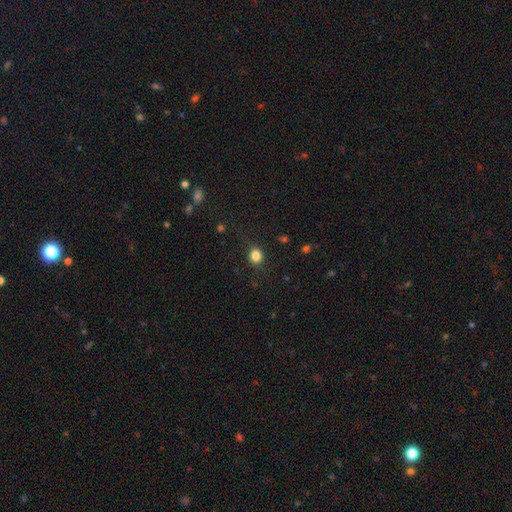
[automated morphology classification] Smooth or featured? smooth (84%)
How rounded? round (58%)
Merging? none (85%)